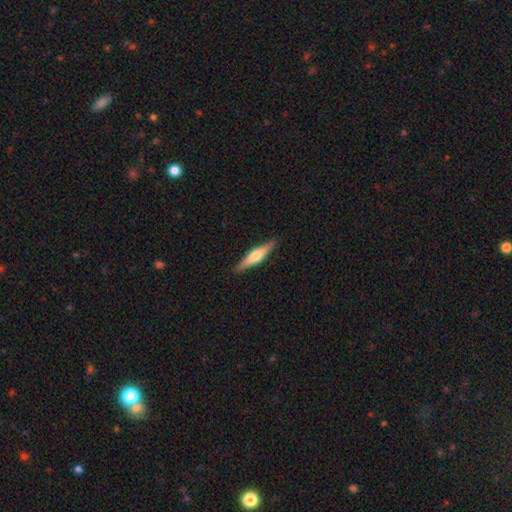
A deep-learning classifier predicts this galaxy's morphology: Q: Smooth or featured?
A: featured or disk (48%); runner-up: smooth (46%)
Q: Merging?
A: none (90%); runner-up: minor disturbance (8%)